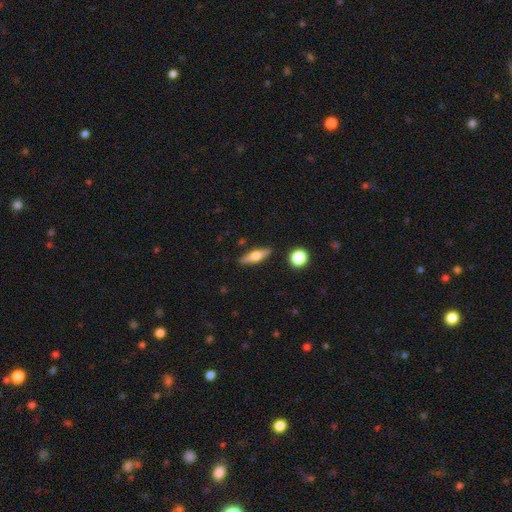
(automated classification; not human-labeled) This is possibly a featured or disk galaxy (51%). It is clearly viewed edge-on (93%). Merging: clearly none (87%).